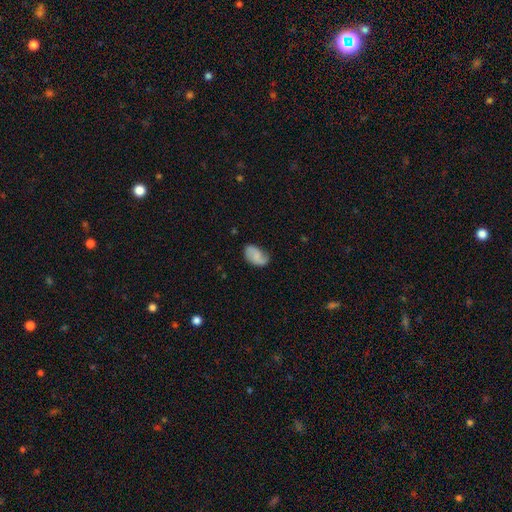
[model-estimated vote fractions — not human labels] Smooth or featured? Predicted: smooth (p=0.58). How rounded? Predicted: in between (p=0.89). Merging? Predicted: none (p=0.62).